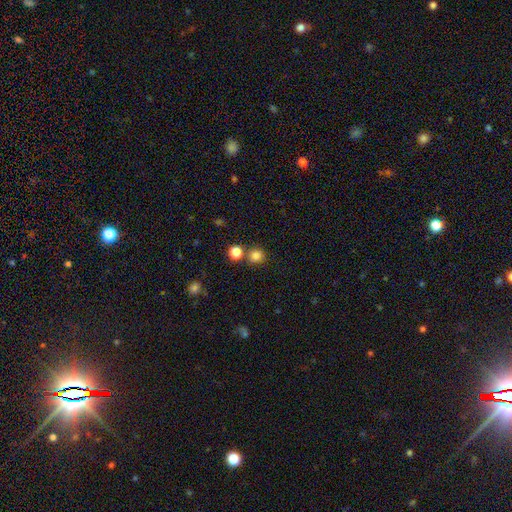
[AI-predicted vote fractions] Q: Smooth or featured?
A: smooth (81%); runner-up: star or artifact (14%)
Q: How rounded?
A: round (91%); runner-up: in between (8%)
Q: Merging?
A: none (75%); runner-up: merger (14%)